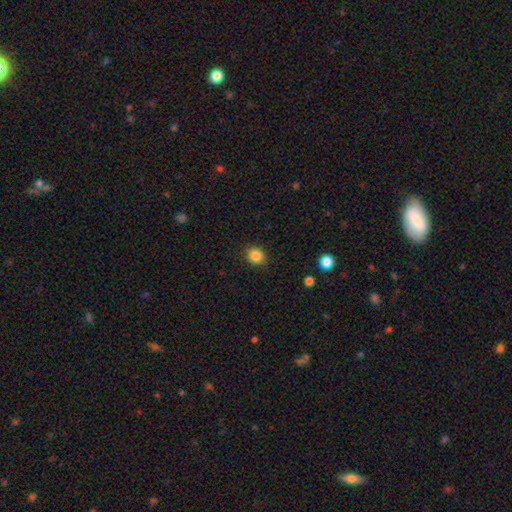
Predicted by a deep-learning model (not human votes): The model was most divided on "how rounded": round: 79%, in between: 21%, cigar-shaped: 1%. More confident: merging — none (87%); smooth or featured — smooth (86%).